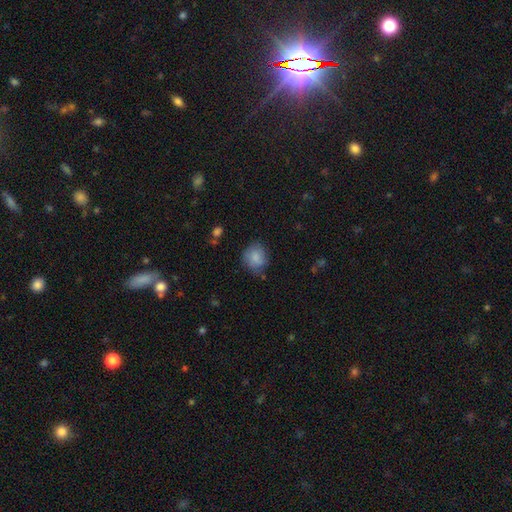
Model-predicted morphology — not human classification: This is clearly a smooth galaxy (80%). How rounded: likely round (74%). Merging: likely none (64%).